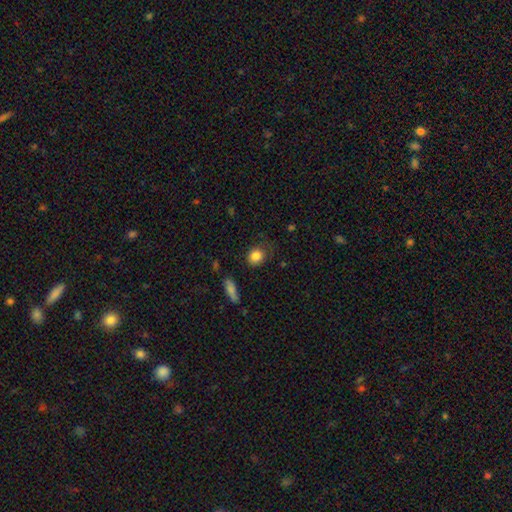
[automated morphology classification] Q: Smooth or featured?
A: smooth (84%); runner-up: star or artifact (9%)
Q: How rounded?
A: round (69%); runner-up: in between (29%)
Q: Merging?
A: none (73%); runner-up: minor disturbance (20%)